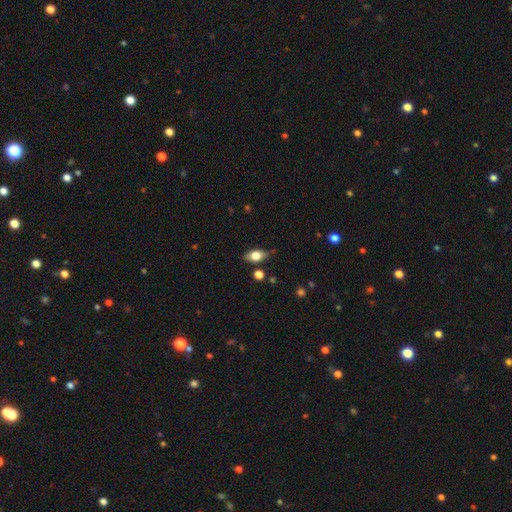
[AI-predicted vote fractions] Smooth or featured? Predicted: smooth (p=0.73). How rounded? Predicted: in between (p=0.83). Merging? Predicted: none (p=0.75).